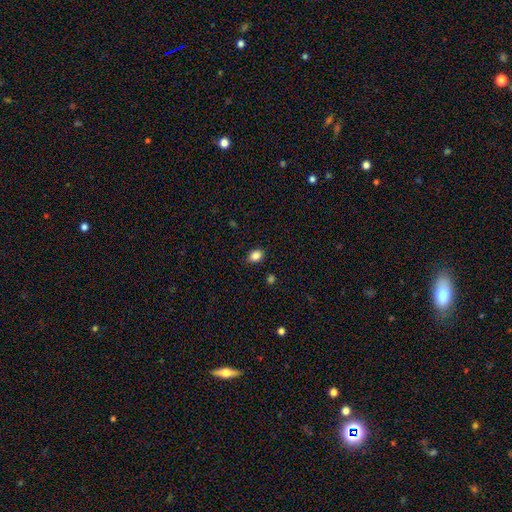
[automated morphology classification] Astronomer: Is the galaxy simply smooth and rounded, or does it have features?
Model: smooth — 86%.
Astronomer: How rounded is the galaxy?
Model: in between — 66%.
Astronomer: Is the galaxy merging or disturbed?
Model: none — 84%.